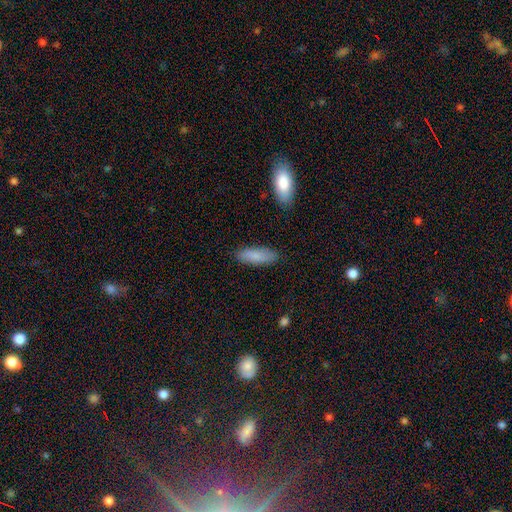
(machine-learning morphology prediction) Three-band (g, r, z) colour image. It shows a smooth galaxy with no disk features (85%) that is in between round and cigar-shaped (61%). Merging: none (85%).